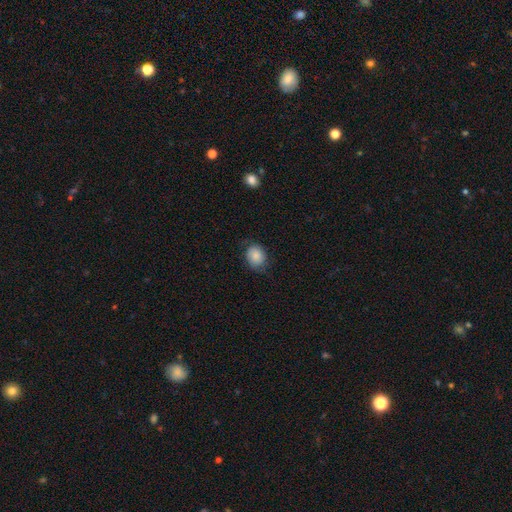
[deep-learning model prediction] This appears to be a smooth galaxy with no disk features (83%) that is round (51%). Merging: none (70%).